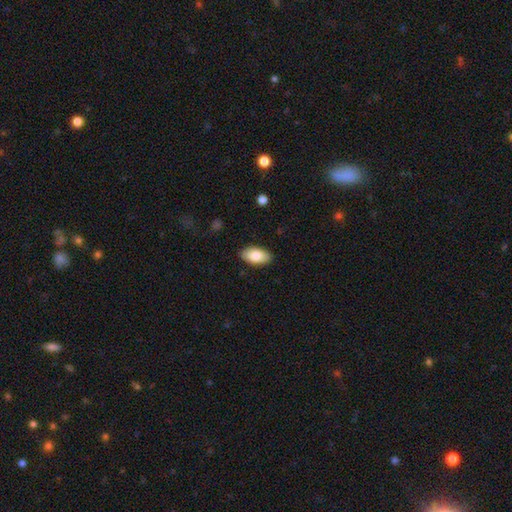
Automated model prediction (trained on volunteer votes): Overall: smooth (82%). How rounded: in between (94%). Merging: none (88%).